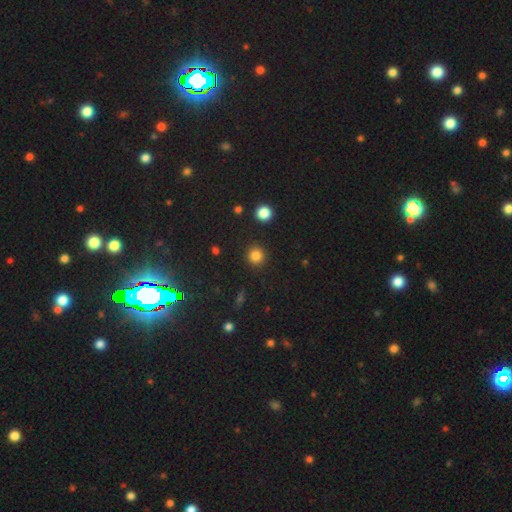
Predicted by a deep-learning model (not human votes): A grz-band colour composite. It shows a smooth galaxy with no disk features (83%) that is round (94%). Merging: none (92%).